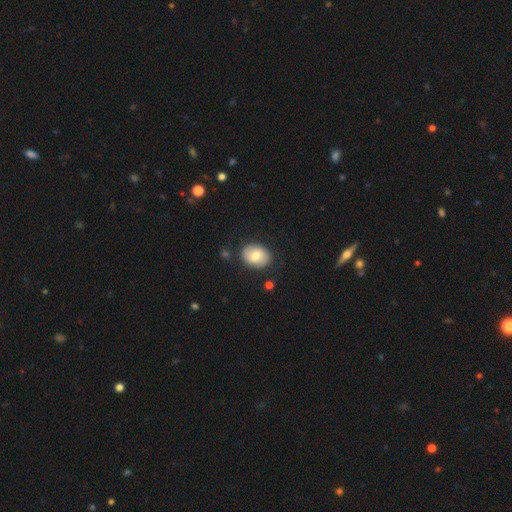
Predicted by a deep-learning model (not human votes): Smooth or featured? Predicted: smooth (p=0.72). How rounded? Predicted: in between (p=0.60). Merging? Predicted: none (p=0.83).